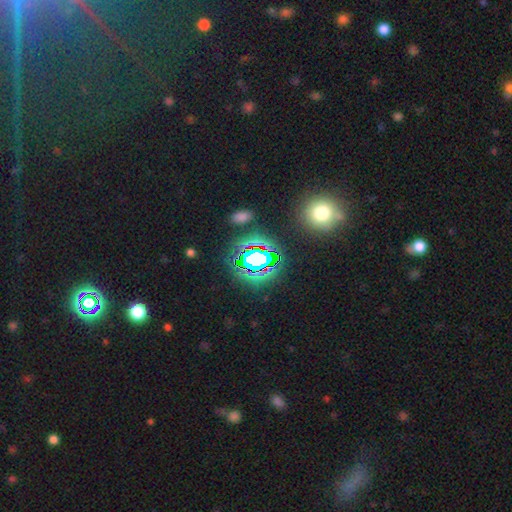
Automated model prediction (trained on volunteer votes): Overall: star or artifact (71%).